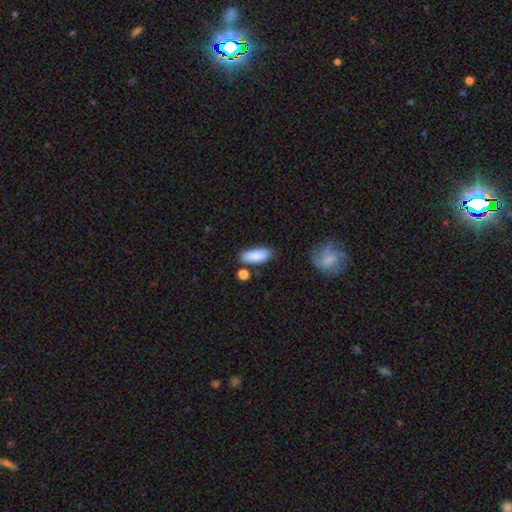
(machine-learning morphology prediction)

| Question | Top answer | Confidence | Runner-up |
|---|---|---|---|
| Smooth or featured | smooth | 86% | featured or disk (7%) |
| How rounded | in between | 76% | cigar-shaped (21%) |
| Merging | none | 75% | minor disturbance (15%) |